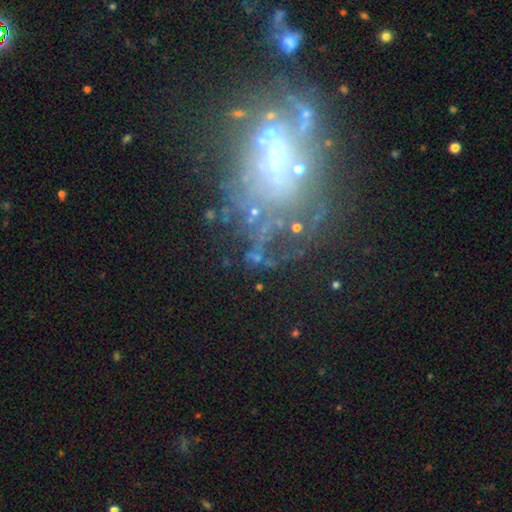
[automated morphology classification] smooth-or-featured: featured or disk: 47% | star or artifact: 30% | smooth: 23%
  merging: none: 47% | major disturbance: 27% | minor disturbance: 17% | merger: 9%